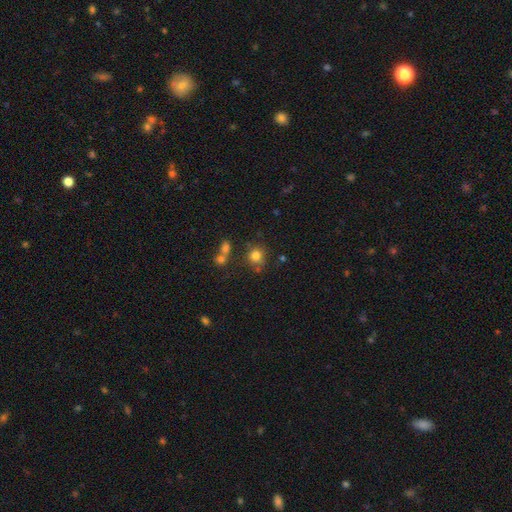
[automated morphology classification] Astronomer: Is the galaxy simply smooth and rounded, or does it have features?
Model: smooth — 80%.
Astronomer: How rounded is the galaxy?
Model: round — 86%.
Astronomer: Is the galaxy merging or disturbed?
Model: none — 69%.